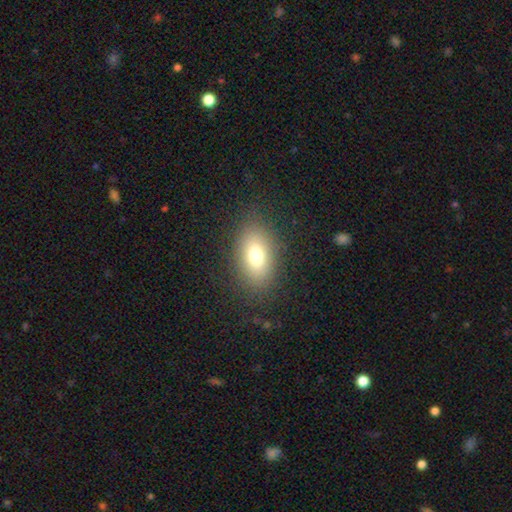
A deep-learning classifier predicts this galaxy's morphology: A smooth galaxy with no disk features (76%) that is in between round and cigar-shaped (86%).

Vote fractions:
- Smooth or featured? smooth: 76% / featured or disk: 14% / star or artifact: 10%
- How rounded? in between: 86% / round: 9% / cigar-shaped: 5%
- Merging? none: 85% / minor disturbance: 10% / major disturbance: 4% / merger: 1%